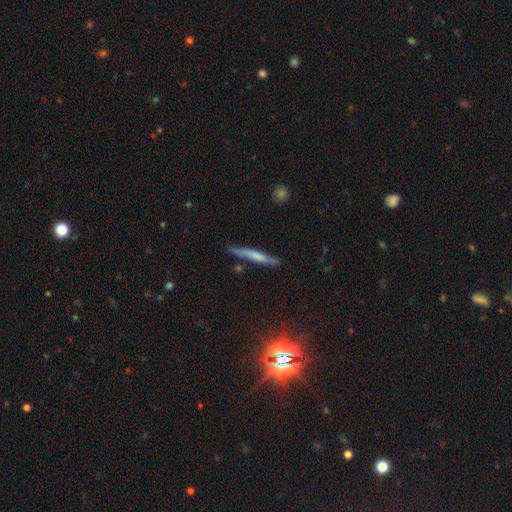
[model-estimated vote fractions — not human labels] Morphology: type=smooth (57%); roundness=cigar-shaped (94%); merging=none (76%).